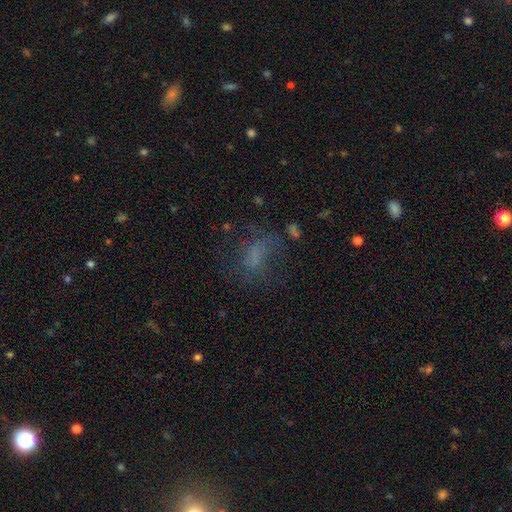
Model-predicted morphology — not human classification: smooth_or_featured: smooth (p=0.53) [alt: featured or disk p=0.24]
how_rounded: in between (p=0.73) [alt: round p=0.19]
merging: none (p=0.51) [alt: major disturbance p=0.26]